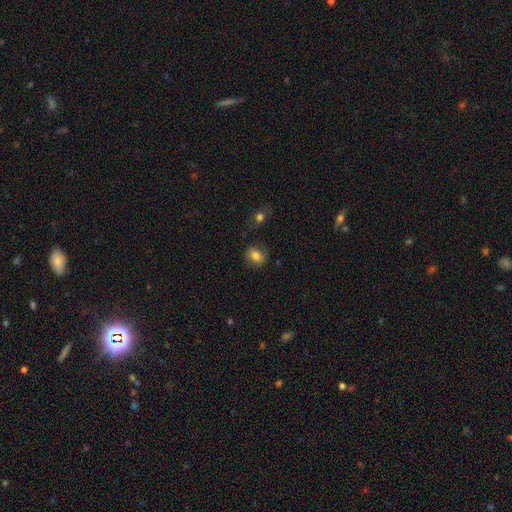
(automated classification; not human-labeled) smooth_or_featured: smooth (p=0.79) [alt: featured or disk p=0.12]
how_rounded: in between (p=0.52) [alt: round p=0.47]
merging: none (p=0.80) [alt: minor disturbance p=0.13]